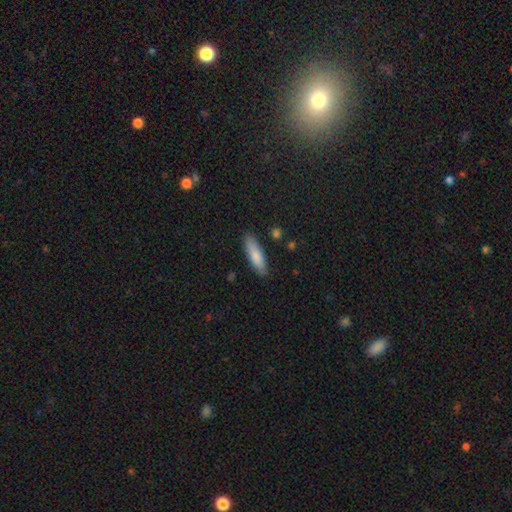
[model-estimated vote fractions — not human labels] This is clearly a smooth galaxy (81%). How rounded: possibly cigar-shaped (60%). Merging: clearly none (86%).